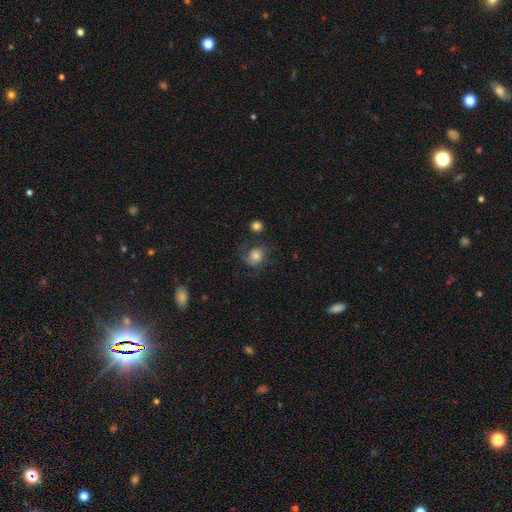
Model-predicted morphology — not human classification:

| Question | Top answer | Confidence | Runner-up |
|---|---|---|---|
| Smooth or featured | smooth | 53% | featured or disk (36%) |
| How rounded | round | 74% | in between (25%) |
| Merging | none | 54% | minor disturbance (22%) |